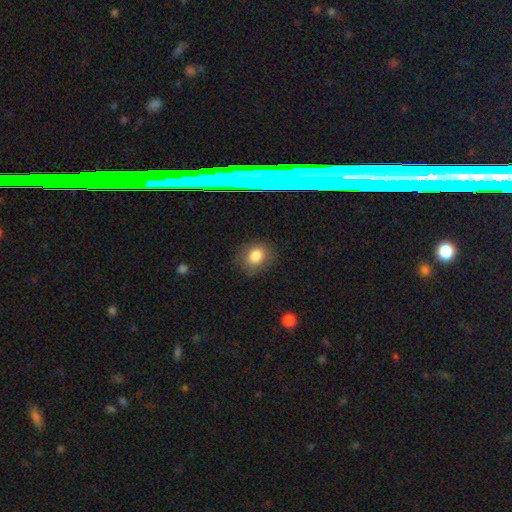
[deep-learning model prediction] This appears to be a smooth galaxy with no disk features (81%) that is round (61%). Merging: none (79%).